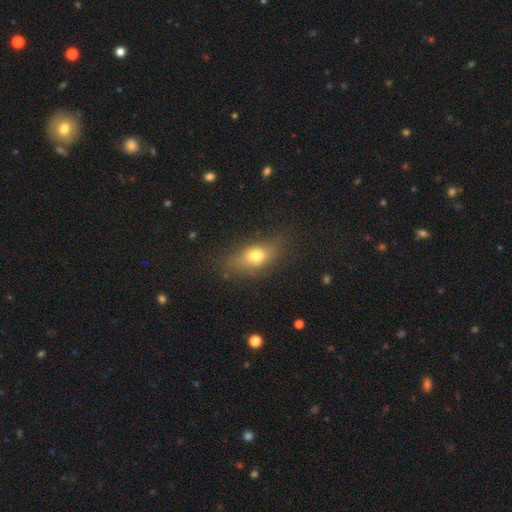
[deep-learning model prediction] Q: Smooth or featured?
A: smooth (70%); runner-up: featured or disk (18%)
Q: How rounded?
A: in between (78%); runner-up: round (12%)
Q: Merging?
A: none (65%); runner-up: minor disturbance (22%)